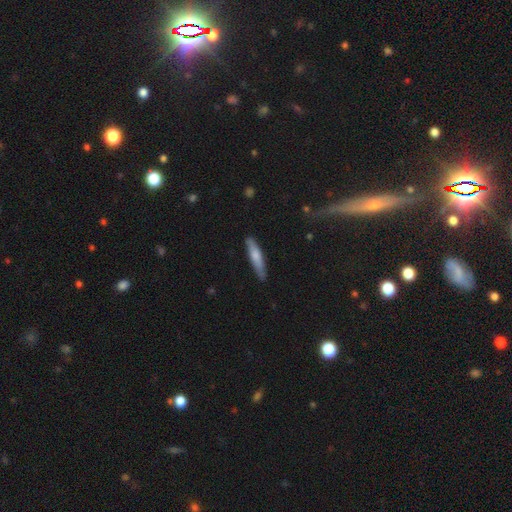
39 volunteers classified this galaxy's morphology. A smooth galaxy with no disk features (77%) that is cigar-shaped (97%). Merging: none (82%).